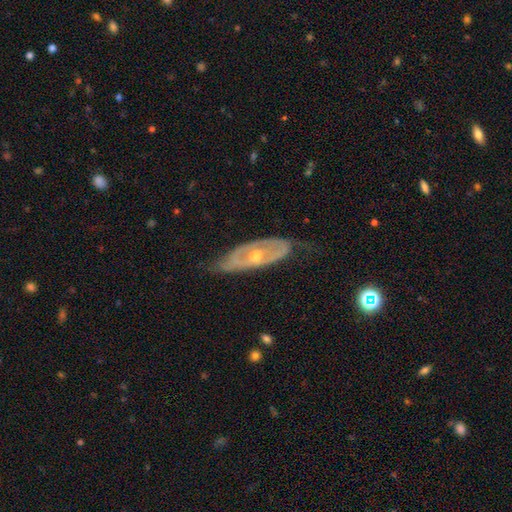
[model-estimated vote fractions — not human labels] Smooth or featured? featured or disk (71%)
Edge-on disk? no (74%)
Bar? no (76%)
Spiral arms? yes (50%, tied with no)
Bulge size? moderate (54%)
Merging? none (76%)